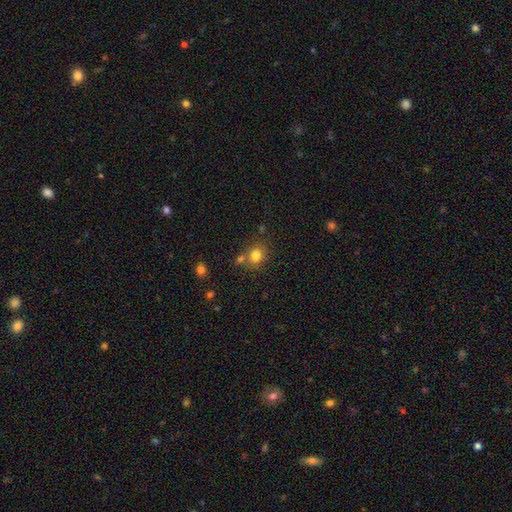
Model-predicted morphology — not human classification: smooth-or-featured: smooth: 81% | star or artifact: 12% | featured or disk: 7%
  how-rounded: round: 72% | in between: 27% | cigar-shaped: 1%
  merging: none: 67% | merger: 18% | minor disturbance: 11% | major disturbance: 4%